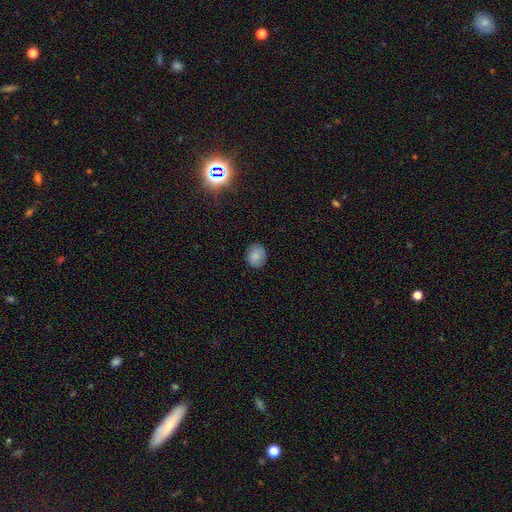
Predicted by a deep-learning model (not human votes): smooth_or_featured: smooth (p=0.84) [alt: star or artifact p=0.09]
how_rounded: round (p=0.76) [alt: in between p=0.23]
merging: none (p=0.85) [alt: minor disturbance p=0.11]